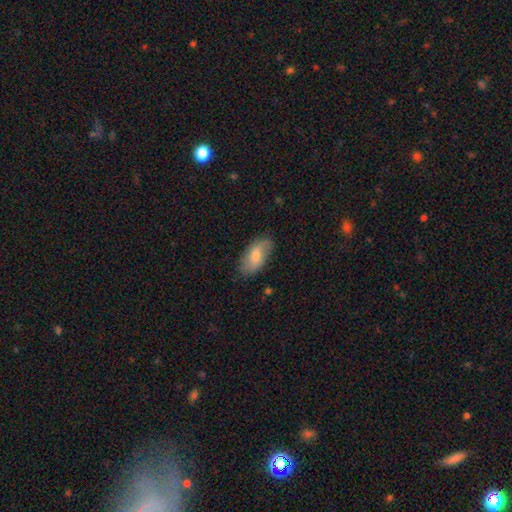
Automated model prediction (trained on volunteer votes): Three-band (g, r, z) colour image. It shows a smooth galaxy with no disk features (66%) that is in between round and cigar-shaped (91%). Merging: none (81%).